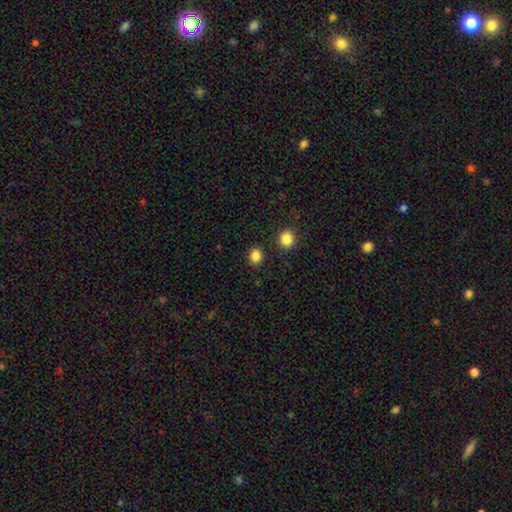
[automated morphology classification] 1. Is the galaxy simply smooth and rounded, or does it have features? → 85% smooth, 12% star or artifact, 3% featured or disk.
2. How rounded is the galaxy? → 87% round, 12% in between, 1% cigar-shaped.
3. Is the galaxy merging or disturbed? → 90% none, 5% minor disturbance, 3% merger, 2% major disturbance.